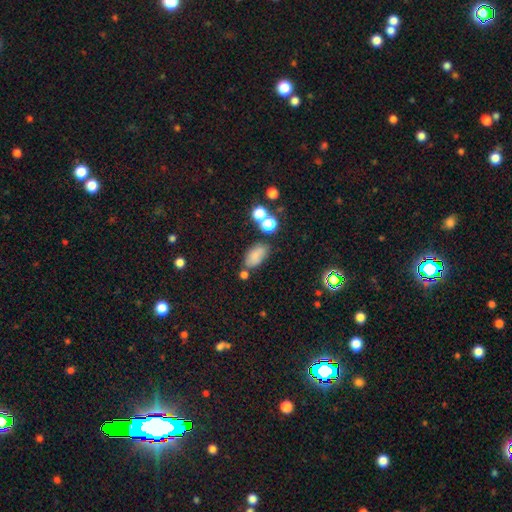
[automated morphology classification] smooth-or-featured: smooth: 76% | star or artifact: 13% | featured or disk: 11%
  how-rounded: in between: 89% | round: 7% | cigar-shaped: 3%
  merging: none: 63% | minor disturbance: 19% | merger: 12% | major disturbance: 6%